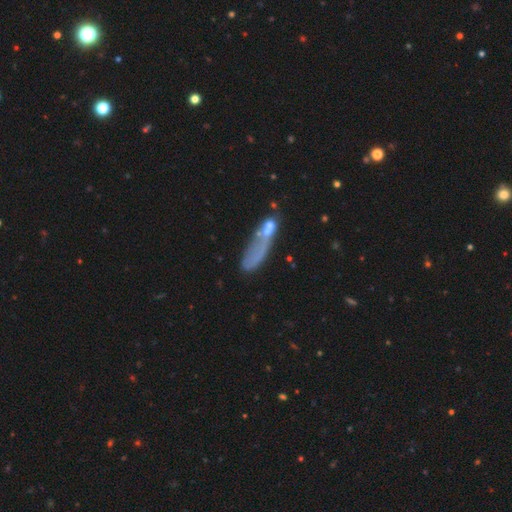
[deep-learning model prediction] smooth 51%, featured or disk 37%, star or artifact 12%. Down the decision tree: how rounded — cigar-shaped (57%); merging — major disturbance (30%, tied with none).